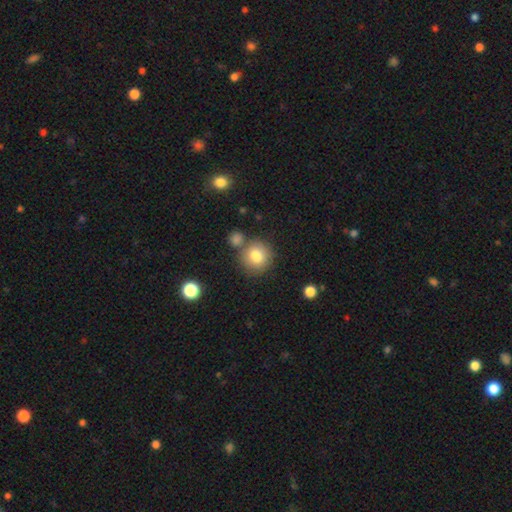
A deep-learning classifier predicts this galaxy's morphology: Overall: smooth (80%). How rounded: round (90%). Merging: none (73%).